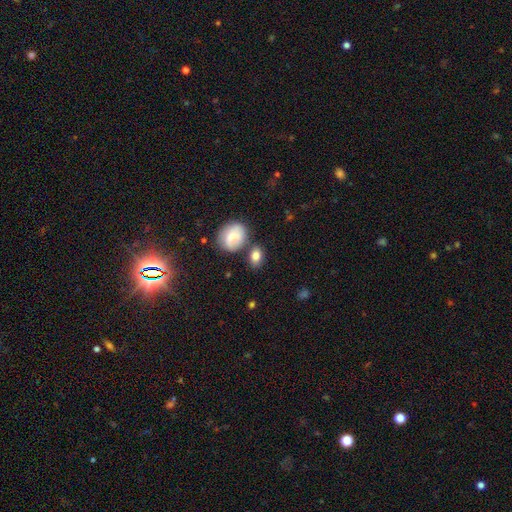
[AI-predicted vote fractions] smooth_or_featured: smooth (p=0.82) [alt: featured or disk p=0.10]
how_rounded: in between (p=0.68) [alt: round p=0.30]
merging: none (p=0.66) [alt: minor disturbance p=0.15]